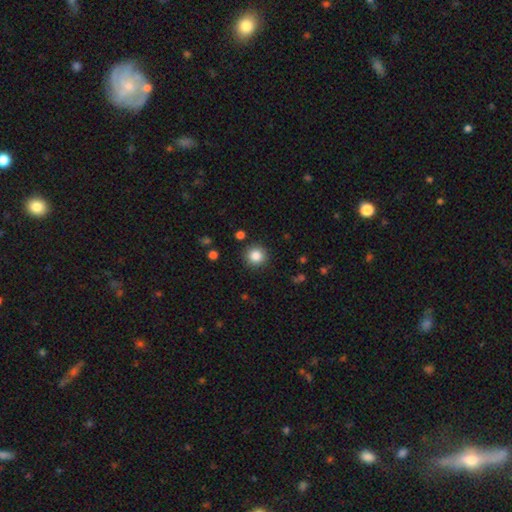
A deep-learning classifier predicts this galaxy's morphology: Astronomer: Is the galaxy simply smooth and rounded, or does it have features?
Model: smooth — 86%.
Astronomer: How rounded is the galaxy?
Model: round — 94%.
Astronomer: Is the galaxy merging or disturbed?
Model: none — 90%.